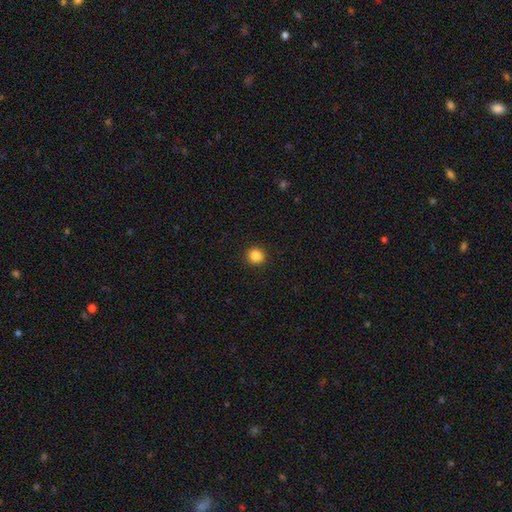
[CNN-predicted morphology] smooth_or_featured: smooth (p=0.86) [alt: star or artifact p=0.11]
how_rounded: round (p=0.93) [alt: in between p=0.06]
merging: none (p=0.93) [alt: minor disturbance p=0.05]